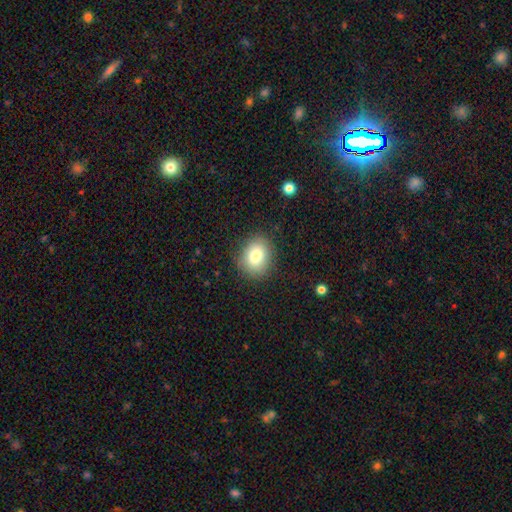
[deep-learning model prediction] Smooth or featured: smooth — 80% (featured or disk — 10%)
How rounded: round — 51% (in between — 48%)
Merging: none — 86% (minor disturbance — 10%)